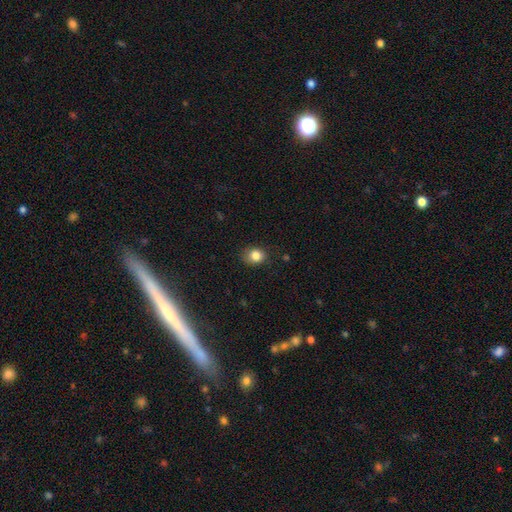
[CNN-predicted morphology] smooth 84%, star or artifact 10%, featured or disk 6%. Down the decision tree: how rounded — round (51%); merging — none (76%).